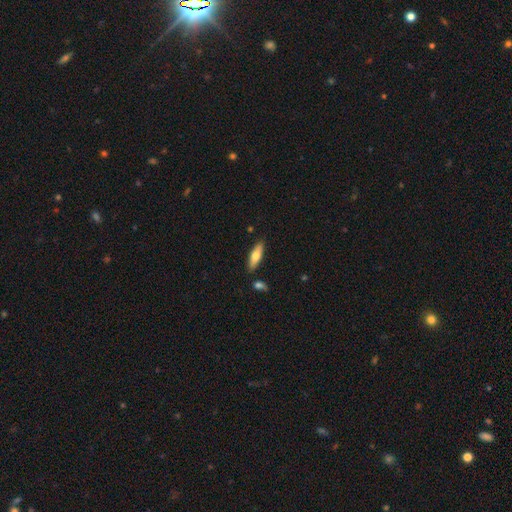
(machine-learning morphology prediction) This appears to be a smooth galaxy with no disk features (64%) that is cigar-shaped (54%). Merging: none (85%).